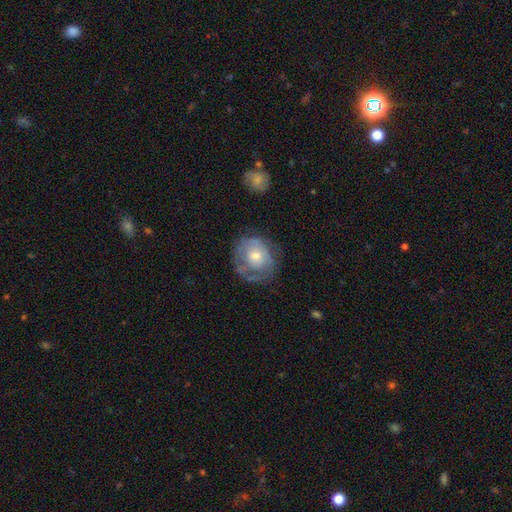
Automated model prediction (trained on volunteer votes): Overall: featured or disk (51%; smooth 42%). Edge-on disk: no (96%). Merging: none (54%; minor disturbance 25%).